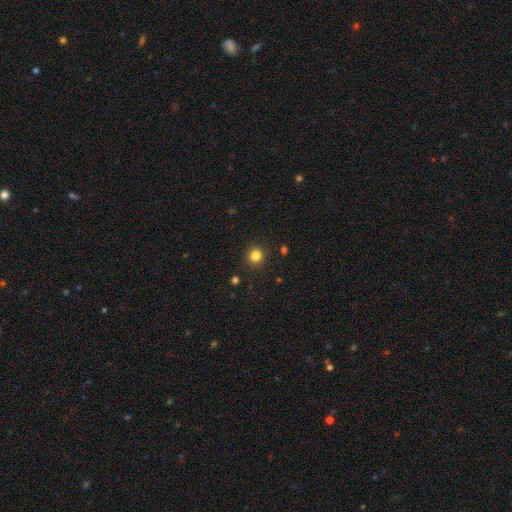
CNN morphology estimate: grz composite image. It shows a smooth galaxy with no disk features (82%) that is round (93%). Merging: none (91%).